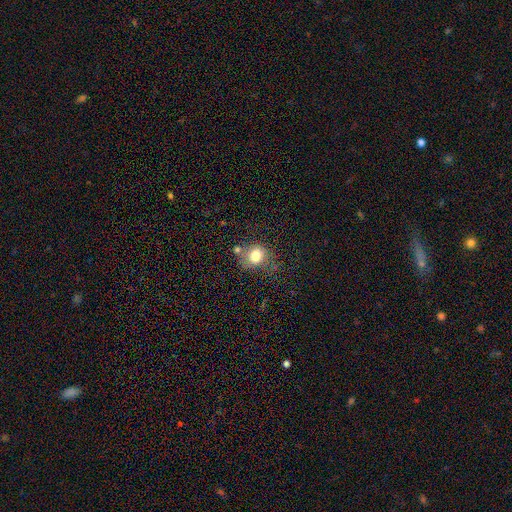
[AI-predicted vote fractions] Q: Smooth or featured?
A: smooth (78%); runner-up: star or artifact (11%)
Q: How rounded?
A: round (67%); runner-up: in between (32%)
Q: Merging?
A: none (60%); runner-up: minor disturbance (20%)